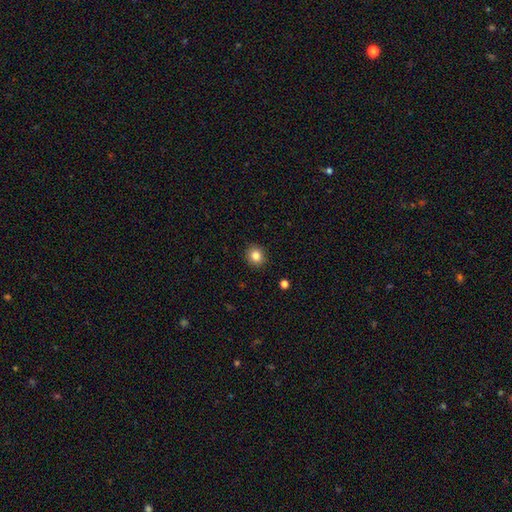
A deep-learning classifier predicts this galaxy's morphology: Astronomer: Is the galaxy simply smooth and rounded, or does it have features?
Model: smooth — 84%.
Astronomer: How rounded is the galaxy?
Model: round — 80%.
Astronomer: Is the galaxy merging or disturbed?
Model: none — 91%.